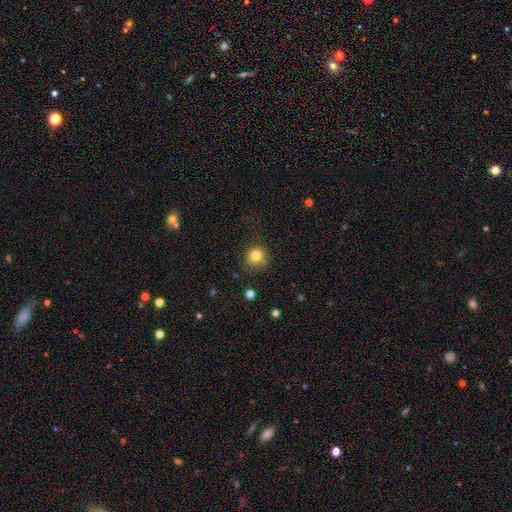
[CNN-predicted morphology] A smooth galaxy with no disk features (80%) that is round (90%).

Vote fractions:
- Smooth or featured? smooth: 80% / star or artifact: 12% / featured or disk: 8%
- How rounded? round: 90% / in between: 10% / cigar-shaped: 1%
- Merging? none: 76% / minor disturbance: 17% / major disturbance: 6% / merger: 2%